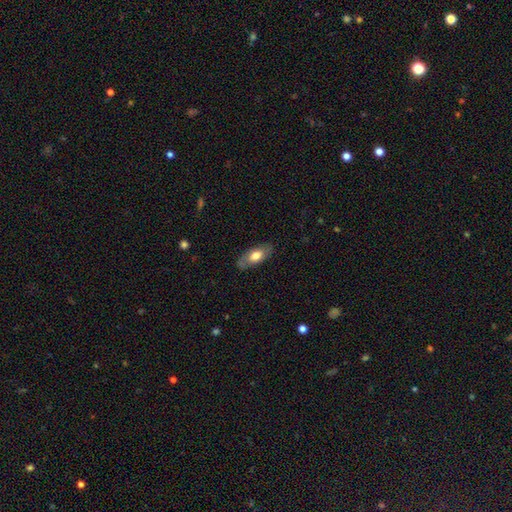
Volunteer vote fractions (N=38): Overall: smooth (63%; featured or disk 34%). How rounded: in between (92%). Merging: none (95%).